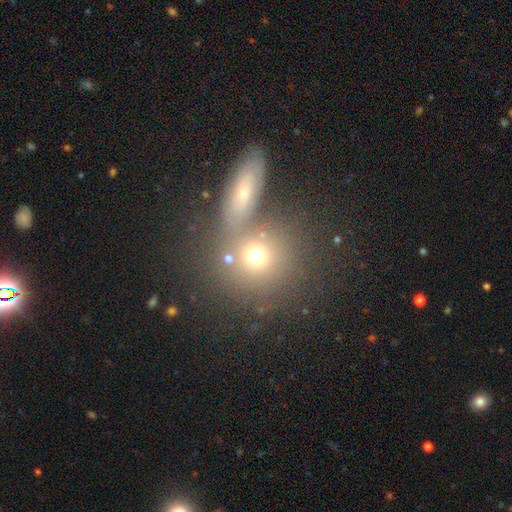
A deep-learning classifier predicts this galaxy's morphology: Smooth or featured? smooth (67%)
How rounded? round (82%)
Merging? none (57%)